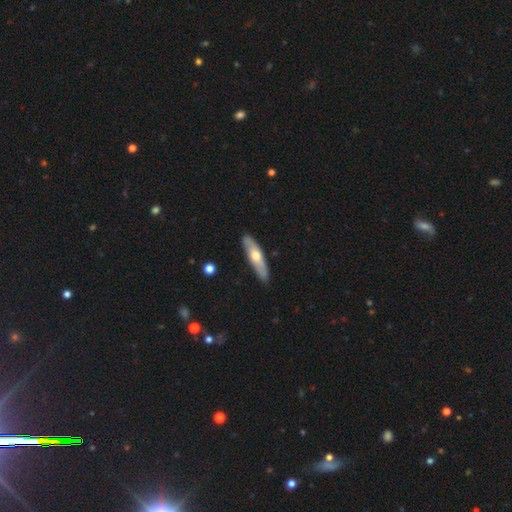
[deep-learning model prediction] Morphology: type=smooth (47%, tied with featured or disk); merging=none (85%).